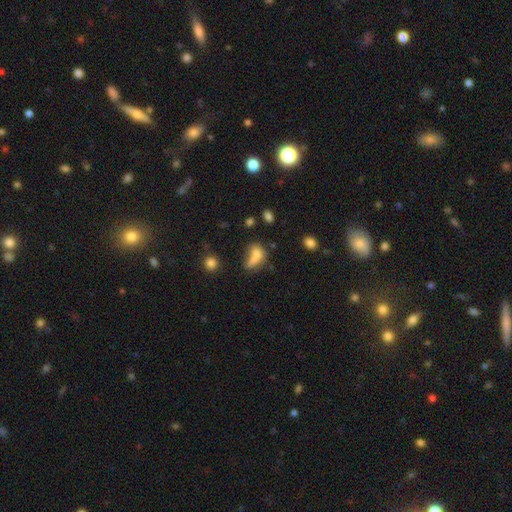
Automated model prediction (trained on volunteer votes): smooth_or_featured: smooth (p=0.70) [alt: featured or disk p=0.17]
how_rounded: in between (p=0.68) [alt: round p=0.26]
merging: merger (p=0.46) [alt: none p=0.27]